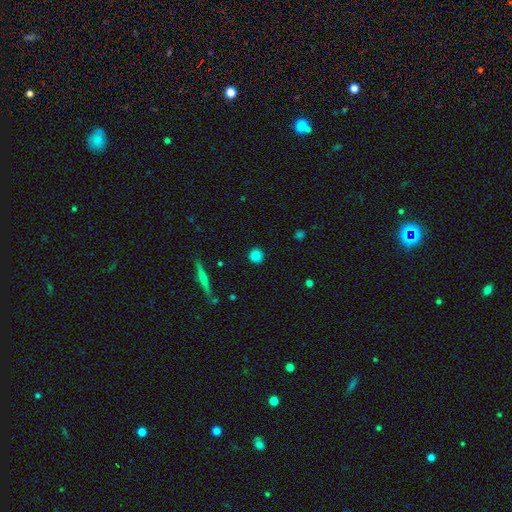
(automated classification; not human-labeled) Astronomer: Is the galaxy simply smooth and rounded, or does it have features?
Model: smooth — 84%.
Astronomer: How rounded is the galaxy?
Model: round — 91%.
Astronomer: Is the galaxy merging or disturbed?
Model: none — 90%.